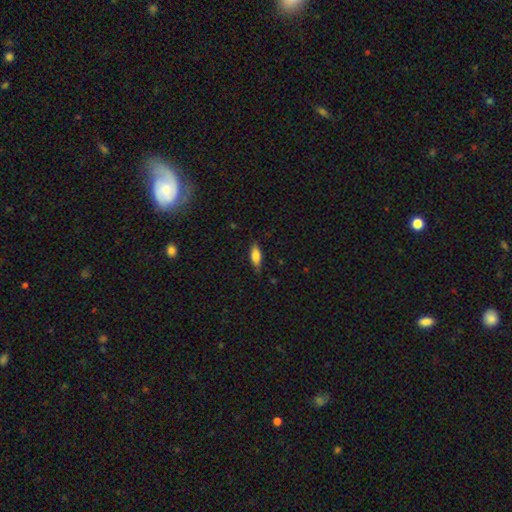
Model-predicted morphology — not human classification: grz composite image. It shows a smooth galaxy with no disk features (74%) that is in between round and cigar-shaped (67%). Merging: none (77%).